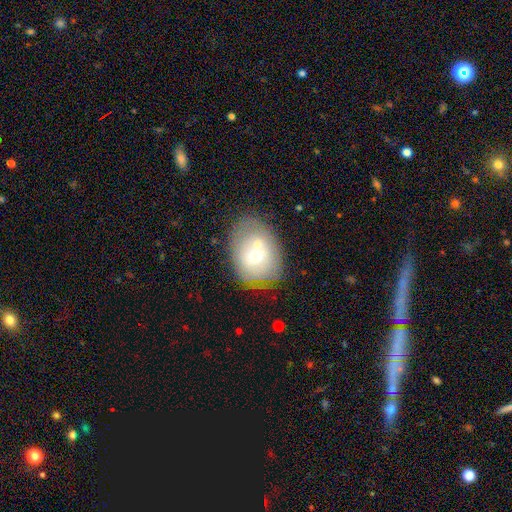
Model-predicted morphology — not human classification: Smooth or featured: smooth — 55% (featured or disk — 36%)
How rounded: in between — 61% (round — 38%)
Merging: none — 47% (merger — 30%)